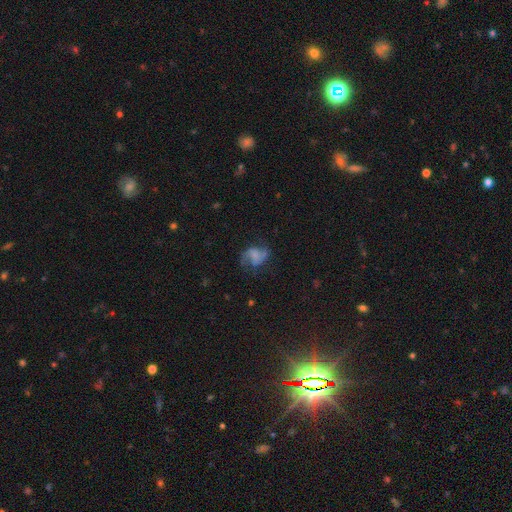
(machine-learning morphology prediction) This appears to be a featured or disk galaxy (62%) with no bar (60%), 2 (85%) loose (53%) spiral arms (86%) and no central bulge (55%). Merging: none (55%).